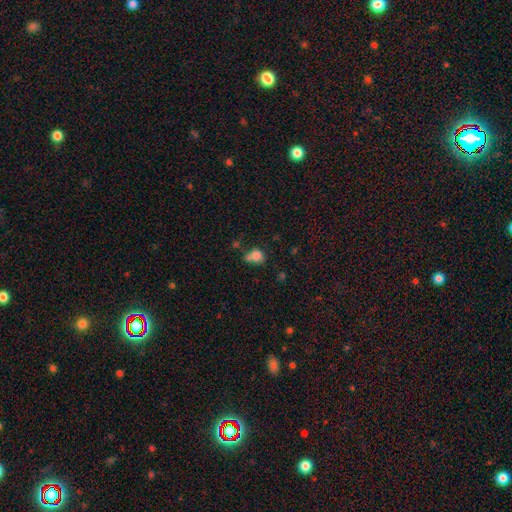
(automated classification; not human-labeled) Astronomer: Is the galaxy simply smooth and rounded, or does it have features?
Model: smooth — 77%.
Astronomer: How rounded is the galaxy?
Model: in between — 50% (runner-up: round, 49%).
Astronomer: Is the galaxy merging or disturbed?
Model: none — 35% (runner-up: minor disturbance, 26%).